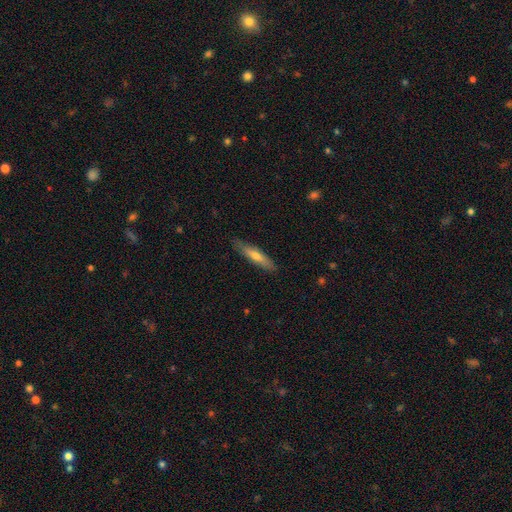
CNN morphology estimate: A smooth galaxy with no disk features (59%) that is cigar-shaped (83%).

Vote fractions:
- Smooth or featured? smooth: 59% / featured or disk: 35% / star or artifact: 6%
- How rounded? cigar-shaped: 83% / in between: 15% / round: 1%
- Merging? none: 85% / minor disturbance: 11% / major disturbance: 2% / merger: 1%